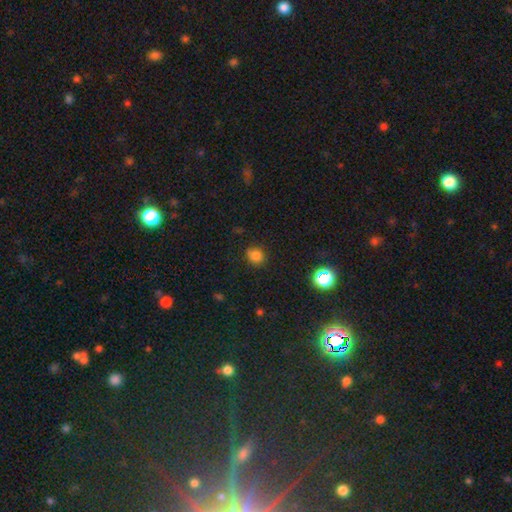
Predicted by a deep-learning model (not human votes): A smooth galaxy with no disk features (80%) that is round (81%).

Vote fractions:
- Smooth or featured? smooth: 80% / star or artifact: 15% / featured or disk: 5%
- How rounded? round: 81% / in between: 18% / cigar-shaped: 1%
- Merging? none: 81% / minor disturbance: 14% / major disturbance: 3% / merger: 2%